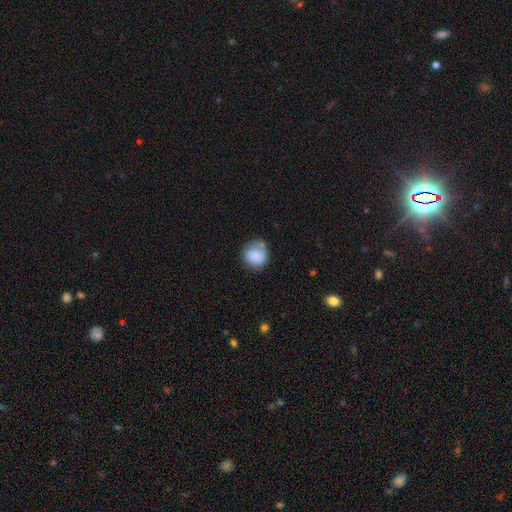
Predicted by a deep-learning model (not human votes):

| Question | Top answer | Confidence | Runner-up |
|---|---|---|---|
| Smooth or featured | smooth | 82% | featured or disk (10%) |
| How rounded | round | 80% | in between (19%) |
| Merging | none | 58% | minor disturbance (26%) |